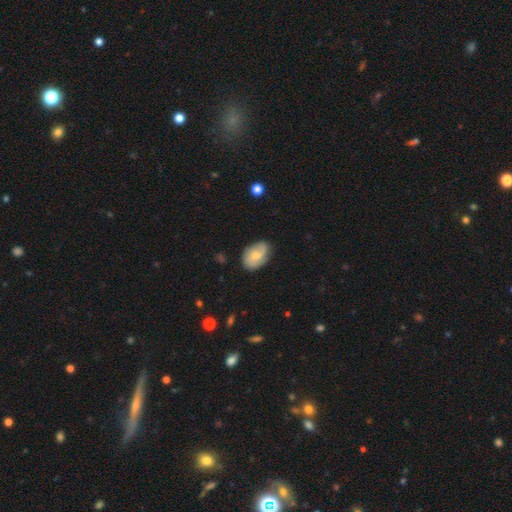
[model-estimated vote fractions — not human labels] Morphology: type=smooth (56%); roundness=in between (86%); merging=none (74%).